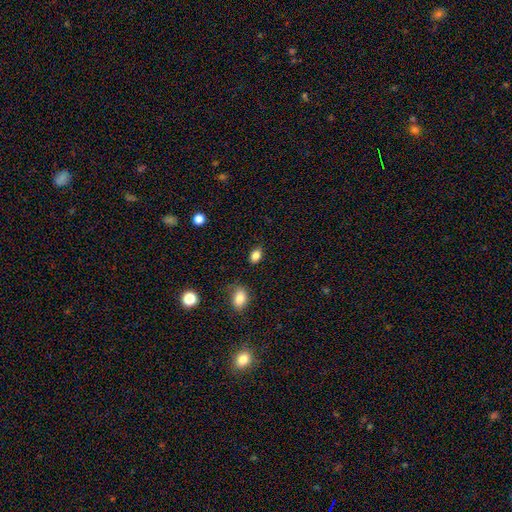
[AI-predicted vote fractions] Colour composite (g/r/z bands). It shows a smooth galaxy with no disk features (85%) that is in between round and cigar-shaped (81%). Merging: none (83%).